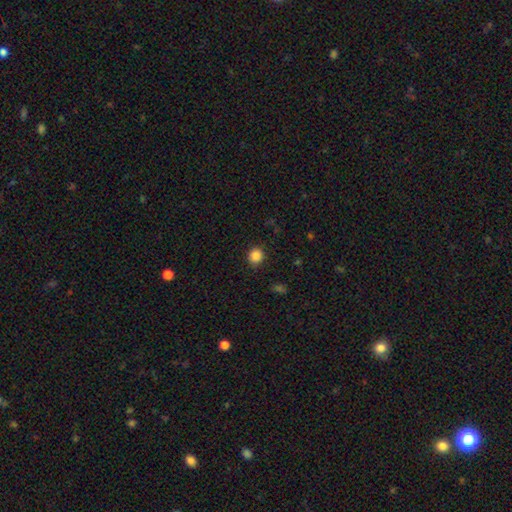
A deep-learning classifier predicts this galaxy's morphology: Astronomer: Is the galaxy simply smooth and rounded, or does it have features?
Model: smooth — 86%.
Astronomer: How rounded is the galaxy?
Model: round — 82%.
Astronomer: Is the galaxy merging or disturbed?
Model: none — 87%.